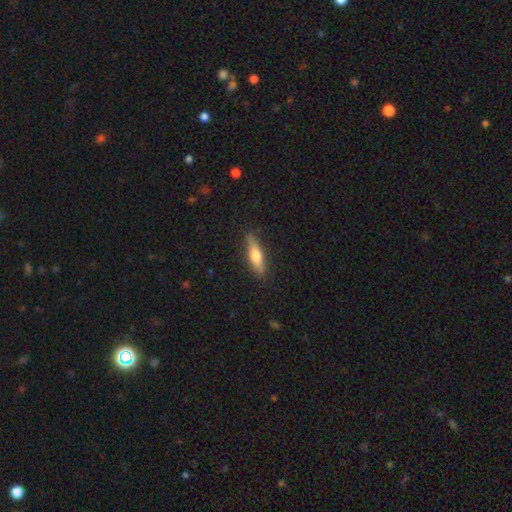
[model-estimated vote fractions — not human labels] A smooth galaxy with no disk features (60%) that is cigar-shaped (69%). Merging: none (83%).